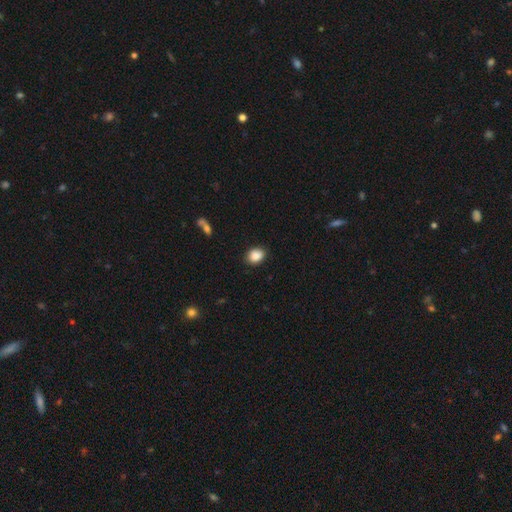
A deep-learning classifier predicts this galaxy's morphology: Smooth or featured? Predicted: smooth (p=0.88). How rounded? Predicted: in between (p=0.60). Merging? Predicted: none (p=0.86).